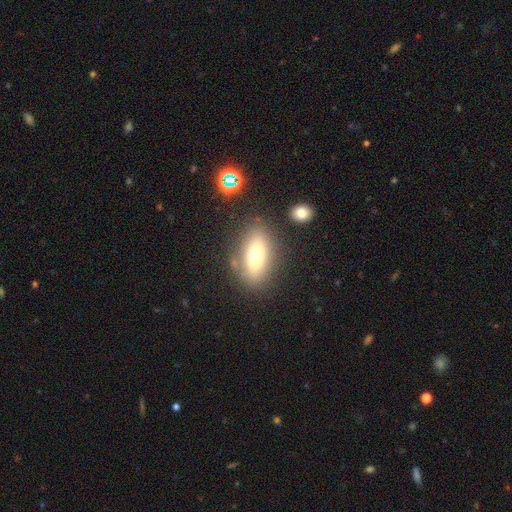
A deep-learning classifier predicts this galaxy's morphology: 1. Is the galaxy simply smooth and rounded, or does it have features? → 68% smooth, 21% featured or disk, 11% star or artifact.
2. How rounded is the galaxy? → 80% in between, 13% cigar-shaped, 6% round.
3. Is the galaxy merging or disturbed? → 78% none, 12% minor disturbance, 5% merger, 4% major disturbance.